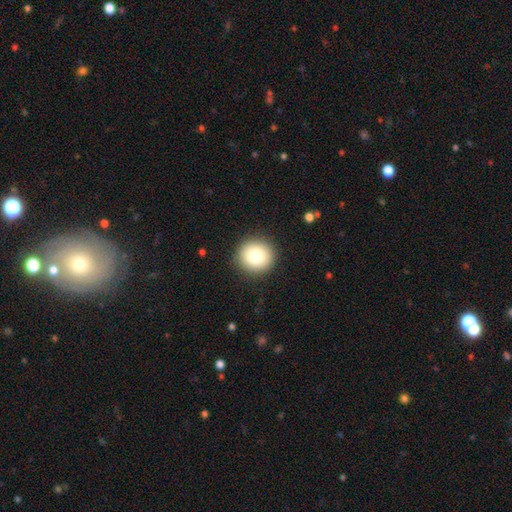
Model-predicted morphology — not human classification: Q: Smooth or featured?
A: smooth (83%); runner-up: star or artifact (9%)
Q: How rounded?
A: round (91%); runner-up: in between (9%)
Q: Merging?
A: none (91%); runner-up: minor disturbance (6%)